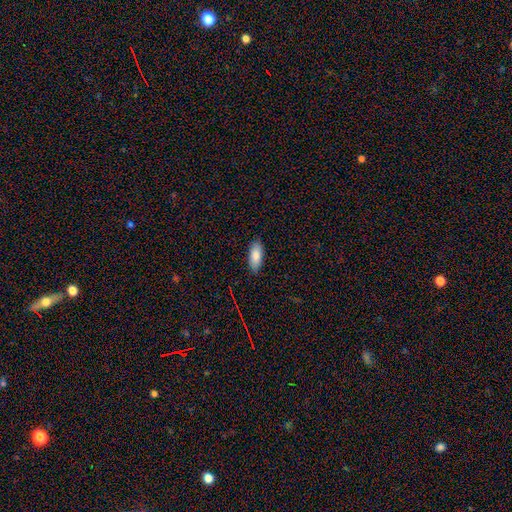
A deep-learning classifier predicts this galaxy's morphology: Smooth or featured?
  - smooth: 86% *
  - featured or disk: 8%
  - star or artifact: 7%
How rounded?
  - in between: 84% *
  - cigar-shaped: 14%
  - round: 2%
Merging?
  - none: 87% *
  - minor disturbance: 10%
  - major disturbance: 2%
  - merger: 1%